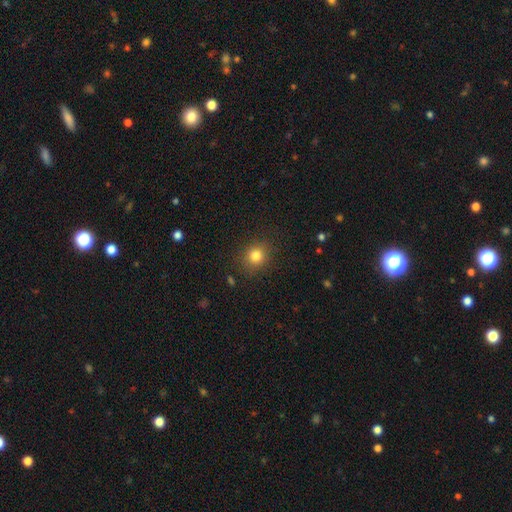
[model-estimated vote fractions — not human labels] Smooth or featured? smooth (82%)
How rounded? round (79%)
Merging? none (86%)